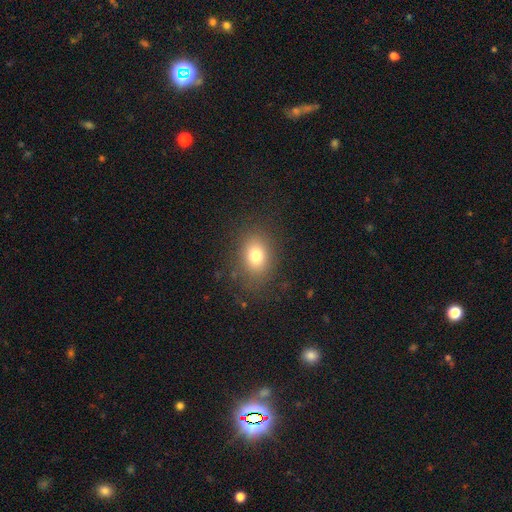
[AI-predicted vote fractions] smooth 77%, star or artifact 12%, featured or disk 11%. Down the decision tree: how rounded — in between (62%); merging — none (83%).